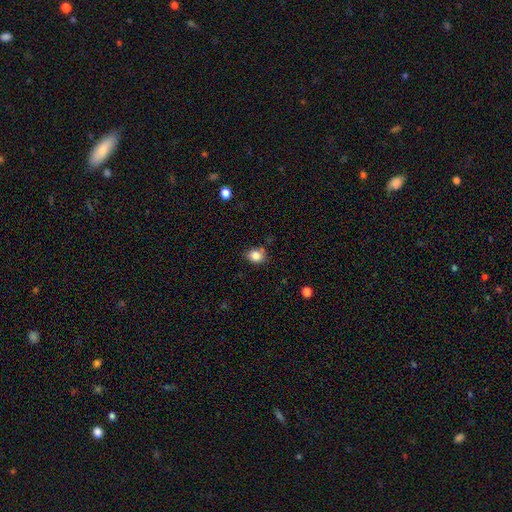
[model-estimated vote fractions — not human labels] This appears to be a smooth galaxy with no disk features (84%) that is round (54%). Merging: none (75%).